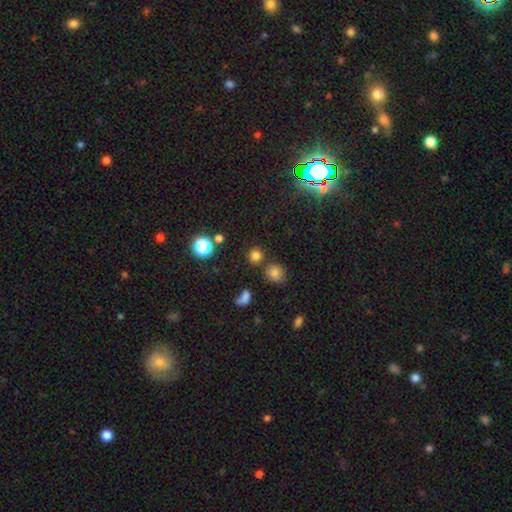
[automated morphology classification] This is likely a smooth galaxy (75%). How rounded: clearly round (90%). Merging: likely none (77%).